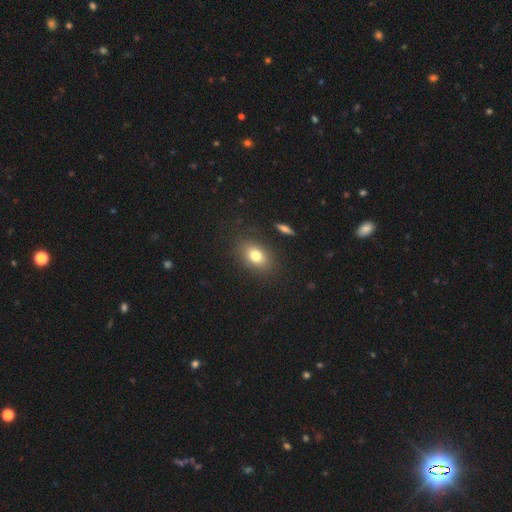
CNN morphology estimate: smooth_or_featured: smooth (p=0.78) [alt: featured or disk p=0.12]
how_rounded: in between (p=0.76) [alt: round p=0.21]
merging: none (p=0.83) [alt: minor disturbance p=0.11]